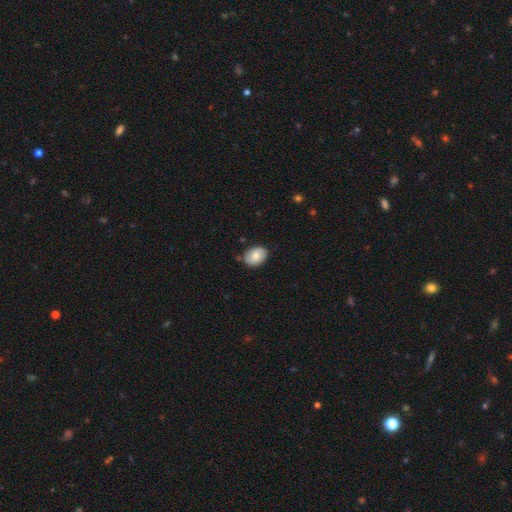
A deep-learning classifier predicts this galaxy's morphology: Smooth or featured? smooth (74%)
How rounded? in between (72%)
Merging? none (80%)